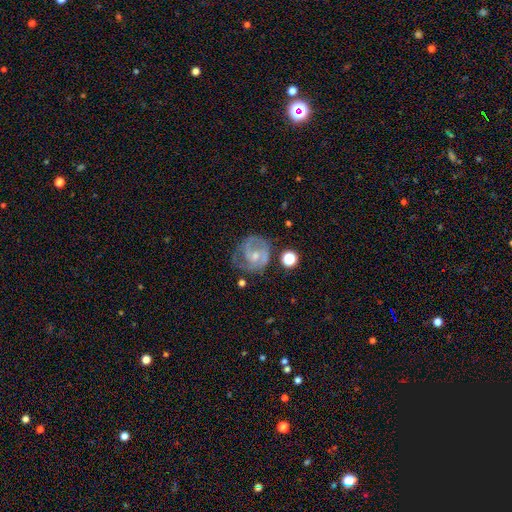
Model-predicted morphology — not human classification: smooth_or_featured: featured or disk (p=0.71) [alt: smooth p=0.21]
disk_edge_on: no (p=0.98) [alt: yes p=0.02]
bar: no (p=0.55) [alt: weak p=0.37]
has_spiral_arms: yes (p=0.83) [alt: no p=0.17]
spiral_winding: medium (p=0.43) [alt: tight p=0.41]
spiral_arm_count: 2 (p=0.48) [alt: can't tell p=0.24]
bulge_size: small (p=0.46) [alt: moderate p=0.42]
merging: none (p=0.53) [alt: minor disturbance p=0.23]